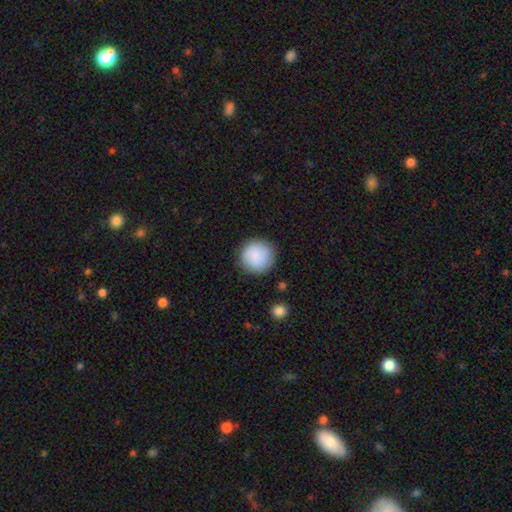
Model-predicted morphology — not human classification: Smooth or featured? Predicted: smooth (p=0.88). How rounded? Predicted: round (p=0.94). Merging? Predicted: none (p=0.87).